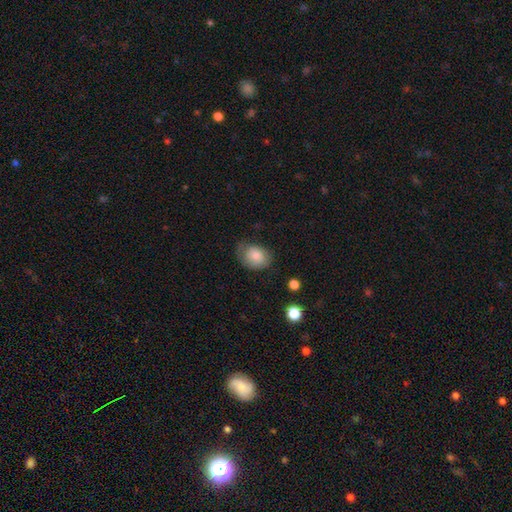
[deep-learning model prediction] Smooth or featured?
  - smooth: 81% *
  - featured or disk: 12%
  - star or artifact: 8%
How rounded?
  - in between: 64% *
  - round: 35%
  - cigar-shaped: 1%
Merging?
  - none: 52% *
  - minor disturbance: 33%
  - major disturbance: 14%
  - merger: 2%